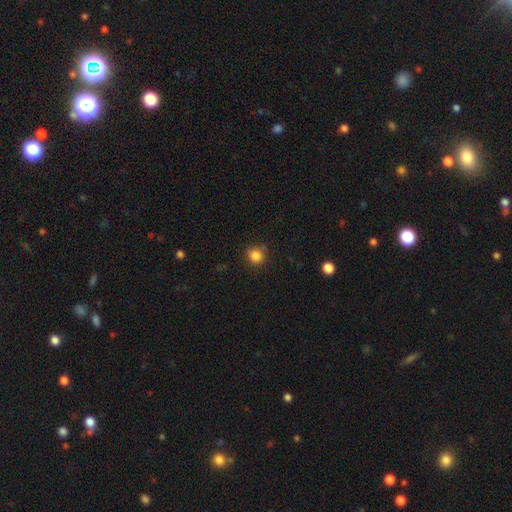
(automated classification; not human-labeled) This appears to be a smooth galaxy with no disk features (84%) that is round (87%). Merging: none (80%).